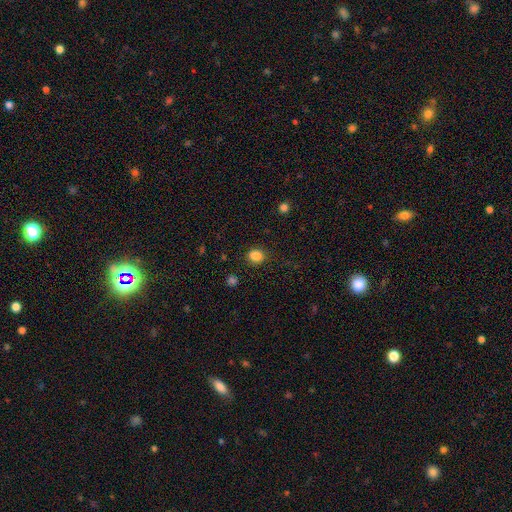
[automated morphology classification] The model was most divided on "how rounded": round: 60%, in between: 39%, cigar-shaped: 1%. More confident: smooth or featured — smooth (85%); merging — none (83%).